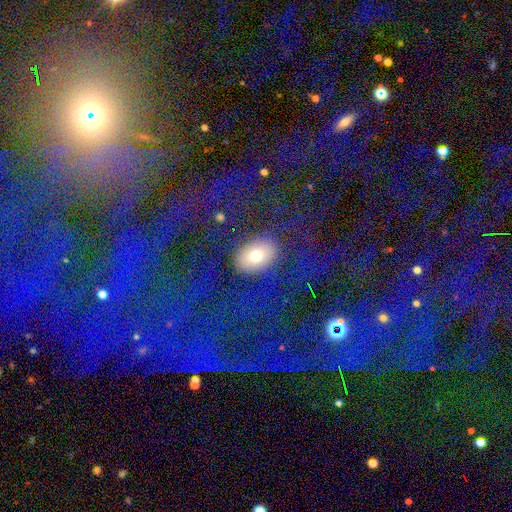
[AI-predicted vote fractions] smooth_or_featured: smooth (p=0.72) [alt: featured or disk p=0.14]
how_rounded: in between (p=0.69) [alt: round p=0.29]
merging: none (p=0.81) [alt: minor disturbance p=0.09]